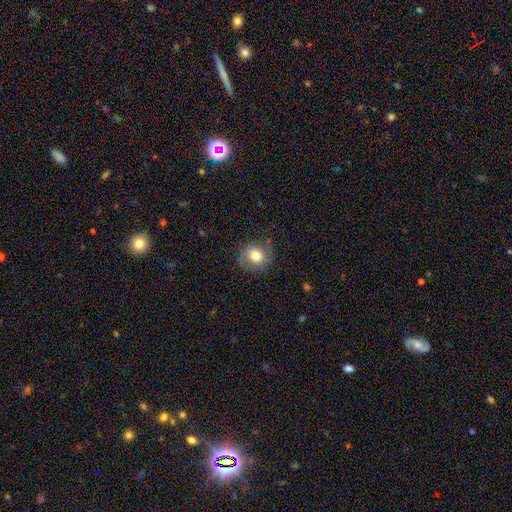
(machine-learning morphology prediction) This is likely a smooth galaxy (73%). How rounded: likely round (69%). Merging: likely none (72%).